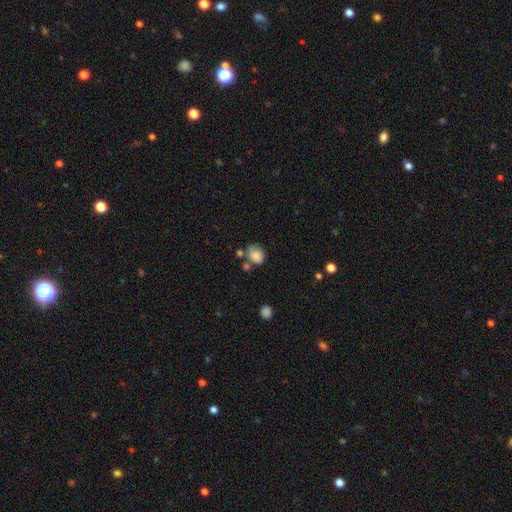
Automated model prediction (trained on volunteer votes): smooth-or-featured: smooth: 81% | featured or disk: 10% | star or artifact: 9%
  how-rounded: round: 50% | in between: 49% | cigar-shaped: 1%
  merging: none: 49% | minor disturbance: 23% | merger: 19% | major disturbance: 9%